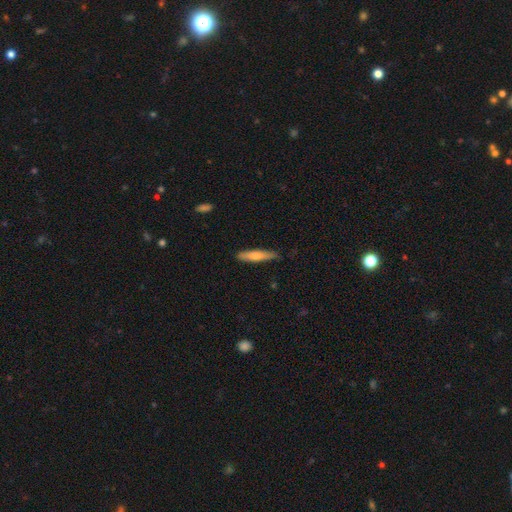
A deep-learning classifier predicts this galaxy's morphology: This appears to be a smooth galaxy with no disk features (69%) that is cigar-shaped (87%). Merging: none (85%).